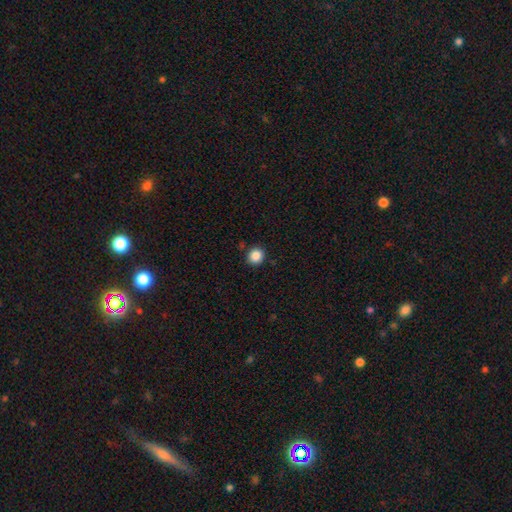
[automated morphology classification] smooth_or_featured: smooth (p=0.86) [alt: star or artifact p=0.10]
how_rounded: round (p=0.88) [alt: in between p=0.11]
merging: none (p=0.88) [alt: minor disturbance p=0.07]